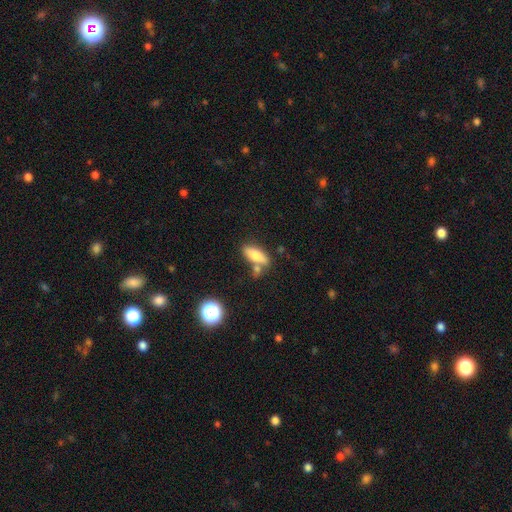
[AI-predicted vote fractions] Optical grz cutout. It shows a smooth galaxy with no disk features (71%) that is in between round and cigar-shaped (60%). Merging: none (60%).